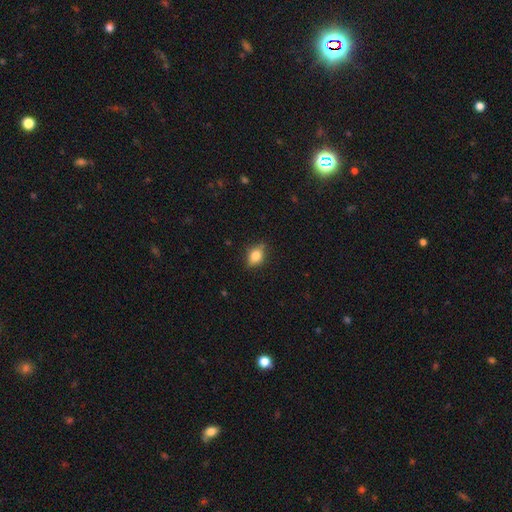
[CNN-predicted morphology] smooth_or_featured: smooth (p=0.73) [alt: featured or disk p=0.17]
how_rounded: in between (p=0.66) [alt: round p=0.31]
merging: none (p=0.75) [alt: minor disturbance p=0.20]